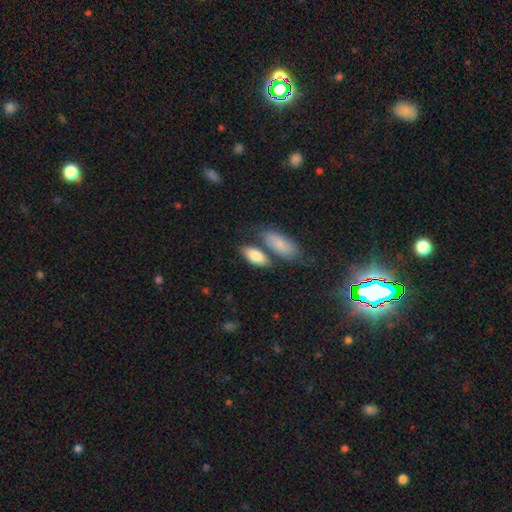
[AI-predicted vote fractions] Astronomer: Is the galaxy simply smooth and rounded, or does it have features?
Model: smooth — 82%.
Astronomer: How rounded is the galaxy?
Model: in between — 87%.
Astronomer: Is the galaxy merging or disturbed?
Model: none — 54%.